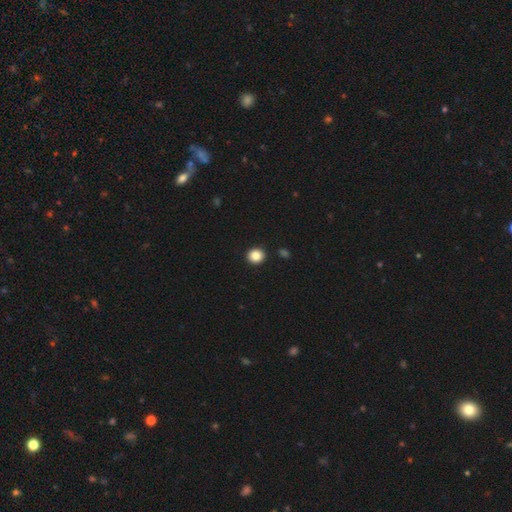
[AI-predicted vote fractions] Q: Smooth or featured?
A: smooth (86%); runner-up: star or artifact (10%)
Q: How rounded?
A: round (85%); runner-up: in between (14%)
Q: Merging?
A: none (92%); runner-up: minor disturbance (5%)